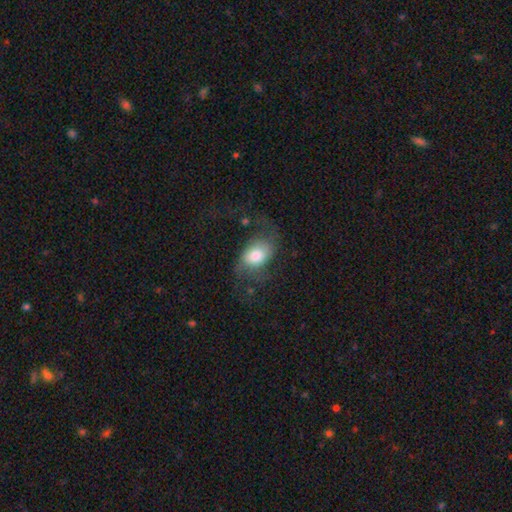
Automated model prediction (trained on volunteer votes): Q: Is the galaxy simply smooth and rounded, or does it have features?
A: smooth — 58%.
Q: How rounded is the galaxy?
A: in between — 77%.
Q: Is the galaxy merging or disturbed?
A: major disturbance — 41%.